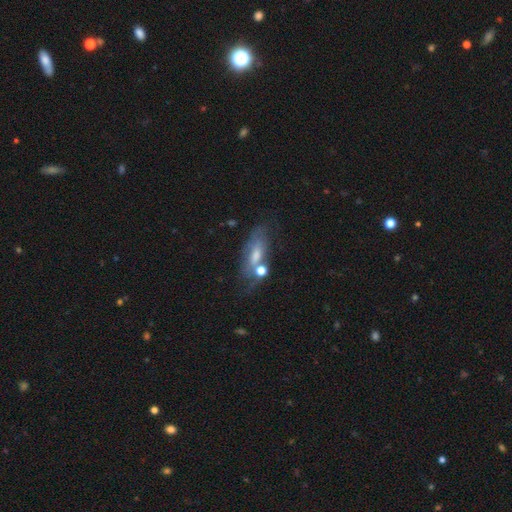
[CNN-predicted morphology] The model was most divided on "smooth or featured": featured or disk: 46%, smooth: 41%, star or artifact: 13%. Remaining: merging — none (49%).